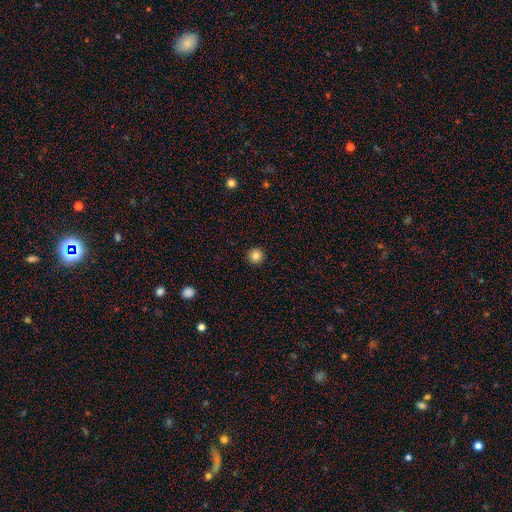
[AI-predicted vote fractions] Overall: smooth (85%). How rounded: round (96%). Merging: none (93%).